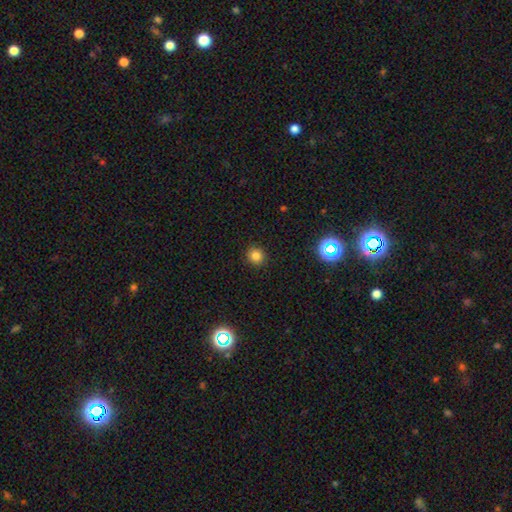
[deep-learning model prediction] A smooth galaxy with no disk features (80%) that is round (90%).

Vote fractions:
- Smooth or featured? smooth: 80% / star or artifact: 15% / featured or disk: 5%
- How rounded? round: 90% / in between: 9% / cigar-shaped: 1%
- Merging? none: 91% / minor disturbance: 6% / major disturbance: 2% / merger: 1%